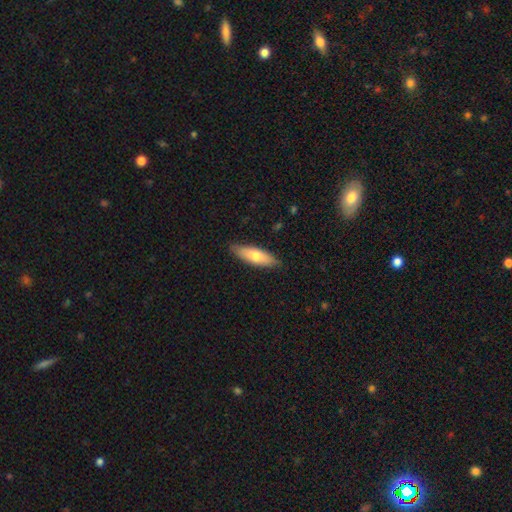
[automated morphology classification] smooth_or_featured: smooth (p=0.71) [alt: featured or disk p=0.24]
how_rounded: in between (p=0.54) [alt: cigar-shaped p=0.44]
merging: none (p=0.84) [alt: minor disturbance p=0.13]